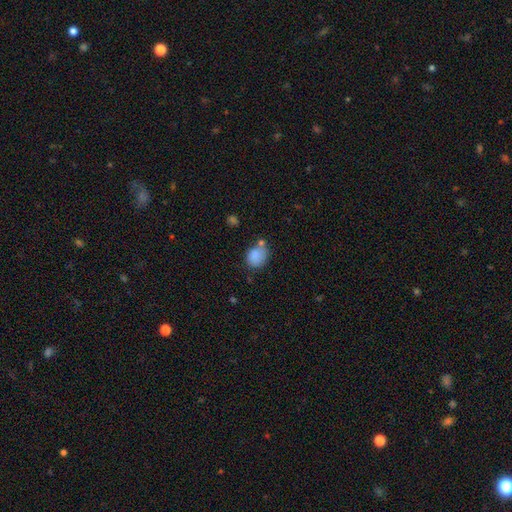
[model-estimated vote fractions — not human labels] A smooth galaxy with no disk features (84%) that is round (54%). Merging: none (52%).